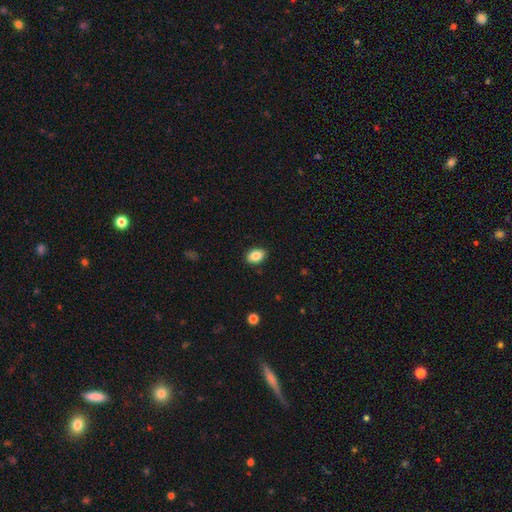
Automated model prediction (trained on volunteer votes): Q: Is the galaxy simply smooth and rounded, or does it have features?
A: smooth — 86%.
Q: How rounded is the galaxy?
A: in between — 83%.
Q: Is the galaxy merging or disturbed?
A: none — 89%.